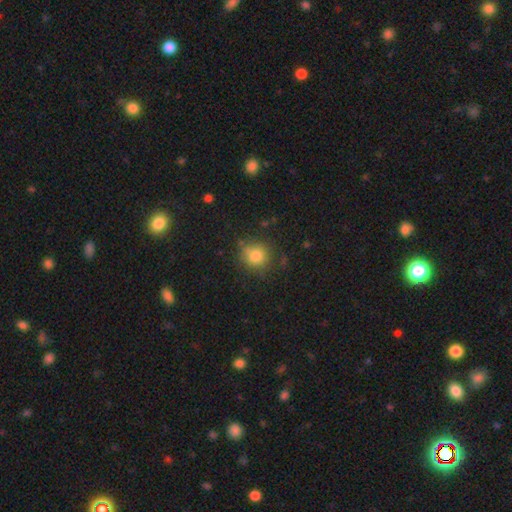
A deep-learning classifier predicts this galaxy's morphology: smooth-or-featured: smooth: 80% | star or artifact: 12% | featured or disk: 8%
  how-rounded: round: 86% | in between: 13% | cigar-shaped: 1%
  merging: none: 75% | minor disturbance: 16% | major disturbance: 5% | merger: 4%